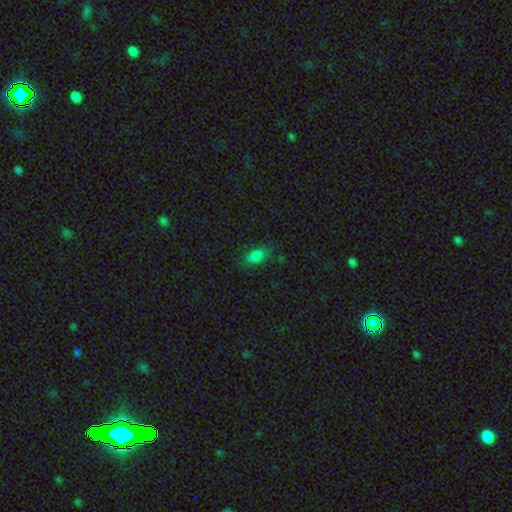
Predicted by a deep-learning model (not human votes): This is likely a smooth galaxy (80%). How rounded: clearly in between (89%). Merging: likely none (72%).